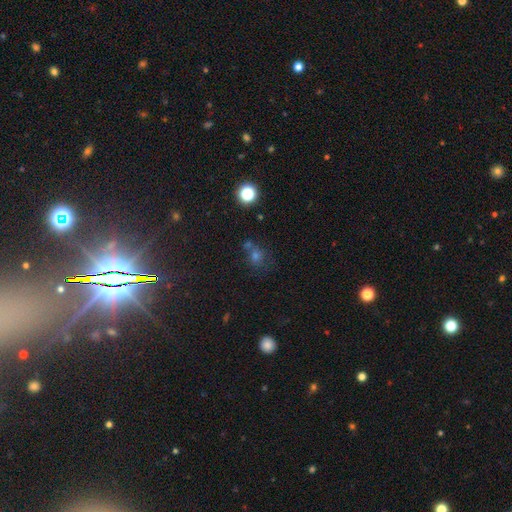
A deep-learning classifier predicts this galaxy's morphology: Smooth or featured? smooth (58%)
How rounded? round (80%)
Merging? none (55%)